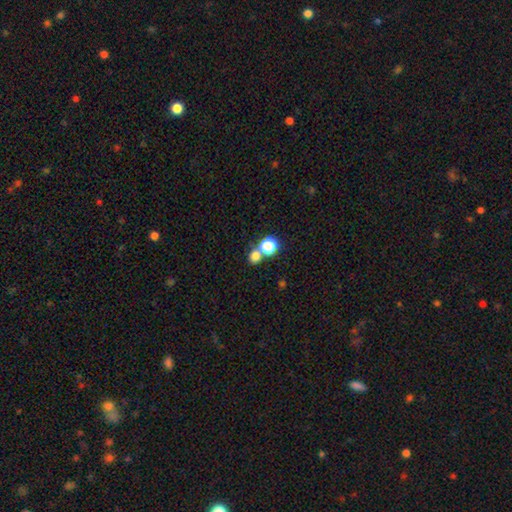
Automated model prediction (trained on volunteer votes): Smooth or featured?
  - smooth: 78% *
  - star or artifact: 16%
  - featured or disk: 7%
How rounded?
  - round: 80% *
  - in between: 19%
  - cigar-shaped: 1%
Merging?
  - none: 53% *
  - merger: 38%
  - minor disturbance: 6%
  - major disturbance: 3%